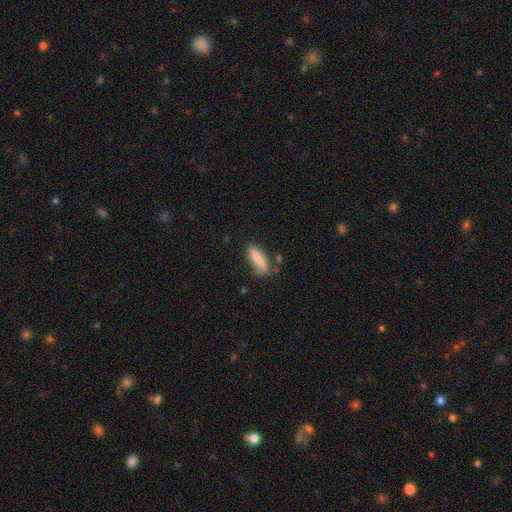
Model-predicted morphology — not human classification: Smooth or featured? Predicted: smooth (p=0.84). How rounded? Predicted: cigar-shaped (p=0.56). Merging? Predicted: none (p=0.70).